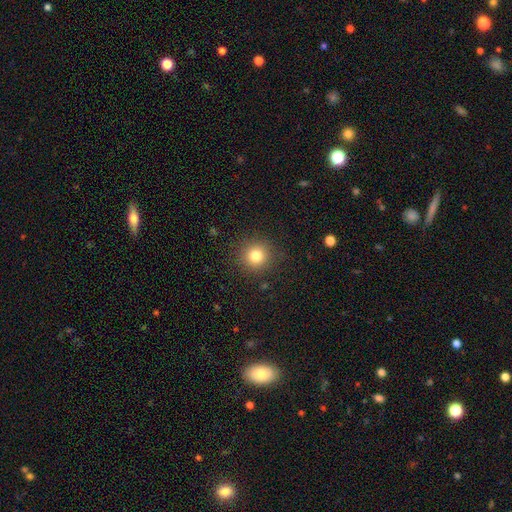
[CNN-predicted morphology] This appears to be a smooth galaxy with no disk features (81%) that is round (93%). Merging: none (90%).